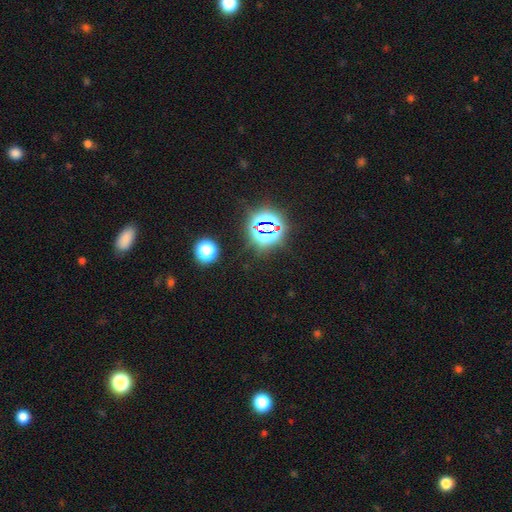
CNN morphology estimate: The model was most divided on "smooth or featured": star or artifact: 76%, smooth: 17%, featured or disk: 7%.